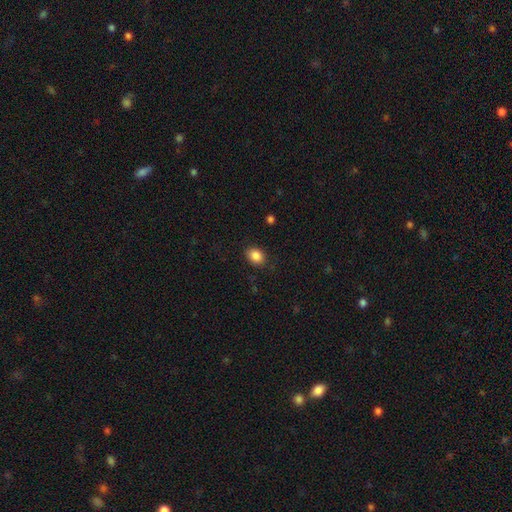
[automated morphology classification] This appears to be a smooth galaxy with no disk features (87%) that is in between round and cigar-shaped (65%). Merging: none (86%).